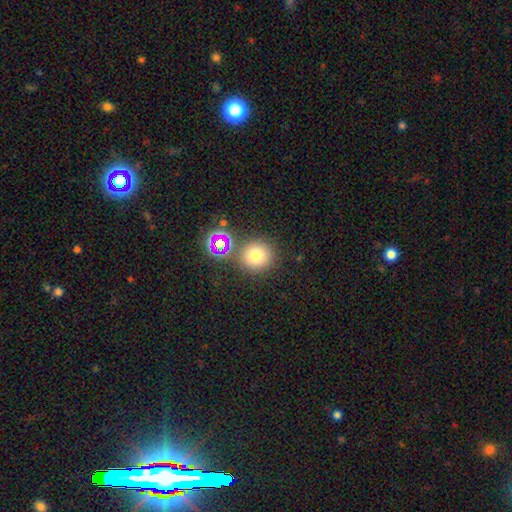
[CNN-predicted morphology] The model was most divided on "smooth or featured": smooth: 71%, star or artifact: 20%, featured or disk: 9%. More confident: how rounded — round (91%); merging — none (76%).